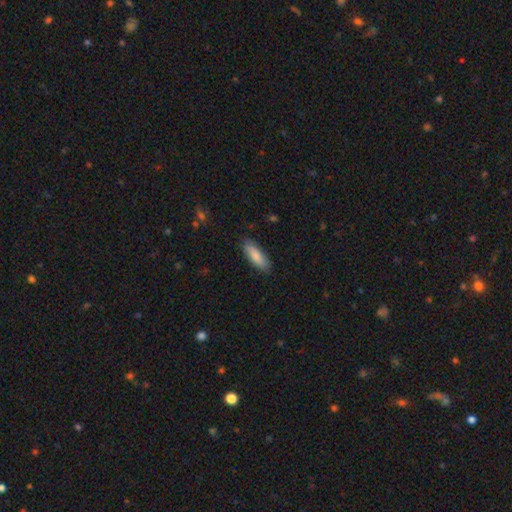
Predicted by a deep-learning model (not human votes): smooth 85%, featured or disk 9%, star or artifact 5%. Down the decision tree: how rounded — in between (60%); merging — none (86%).